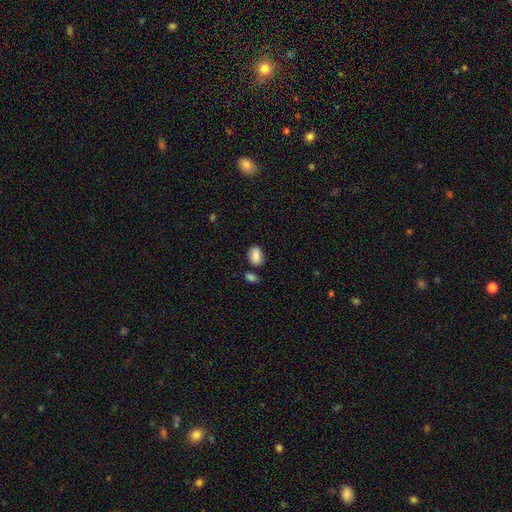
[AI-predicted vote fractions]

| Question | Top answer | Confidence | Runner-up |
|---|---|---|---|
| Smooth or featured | smooth | 84% | star or artifact (8%) |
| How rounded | in between | 83% | round (15%) |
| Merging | none | 69% | minor disturbance (15%) |